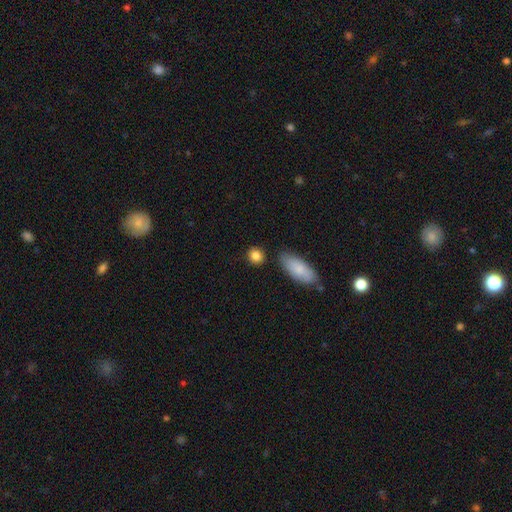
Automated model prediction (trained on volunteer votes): Smooth or featured?
  - smooth: 85% *
  - star or artifact: 9%
  - featured or disk: 6%
How rounded?
  - round: 75% *
  - in between: 22%
  - cigar-shaped: 3%
Merging?
  - none: 80% *
  - minor disturbance: 10%
  - merger: 6%
  - major disturbance: 3%